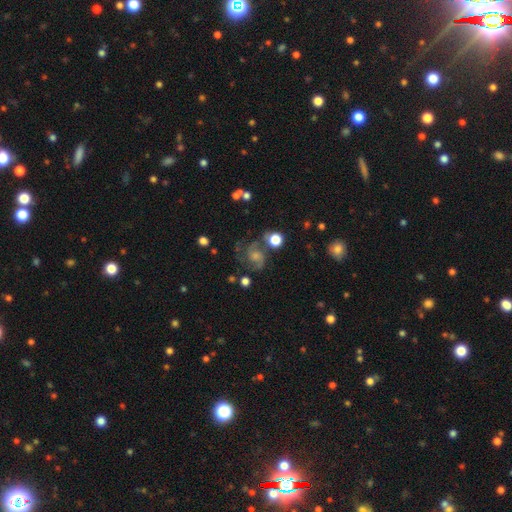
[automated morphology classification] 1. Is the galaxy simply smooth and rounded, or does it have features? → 75% featured or disk, 15% smooth, 10% star or artifact.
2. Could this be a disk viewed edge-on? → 98% no, 2% yes.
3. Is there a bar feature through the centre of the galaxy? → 67% no, 29% weak, 5% strong.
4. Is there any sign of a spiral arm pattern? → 95% yes, 5% no.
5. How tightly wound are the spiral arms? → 54% medium, 25% tight, 22% loose.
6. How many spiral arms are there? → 63% 2, 15% 3, 12% can't tell, 4% 1, 3% 4, 3% more than 4.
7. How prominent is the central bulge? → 44% small, 37% moderate, 11% none, 6% large, 2% dominant.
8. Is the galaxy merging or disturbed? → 59% none, 20% minor disturbance, 15% major disturbance, 6% merger.